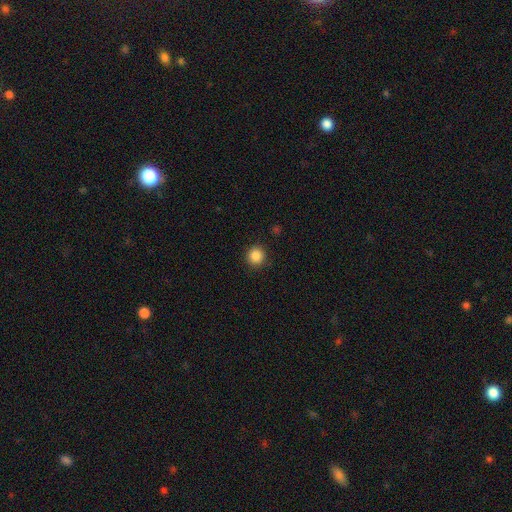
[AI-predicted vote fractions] A smooth galaxy with no disk features (87%) that is round (94%).

Vote fractions:
- Smooth or featured? smooth: 87% / star or artifact: 10% / featured or disk: 3%
- How rounded? round: 94% / in between: 5% / cigar-shaped: 1%
- Merging? none: 91% / minor disturbance: 6% / major disturbance: 2% / merger: 1%